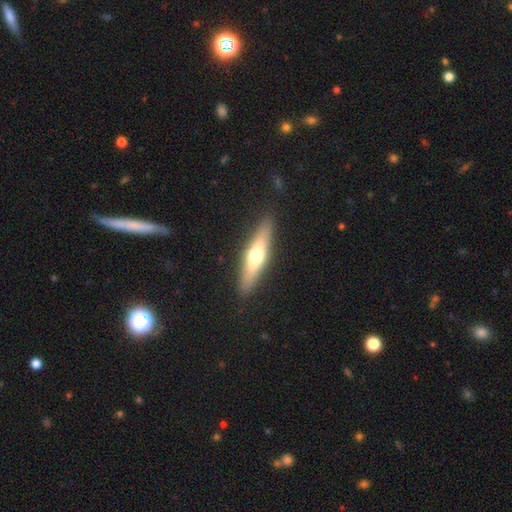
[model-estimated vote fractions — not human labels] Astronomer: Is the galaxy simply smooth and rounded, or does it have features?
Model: smooth — 49% (runner-up: featured or disk, 45%).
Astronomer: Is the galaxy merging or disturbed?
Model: none — 89%.